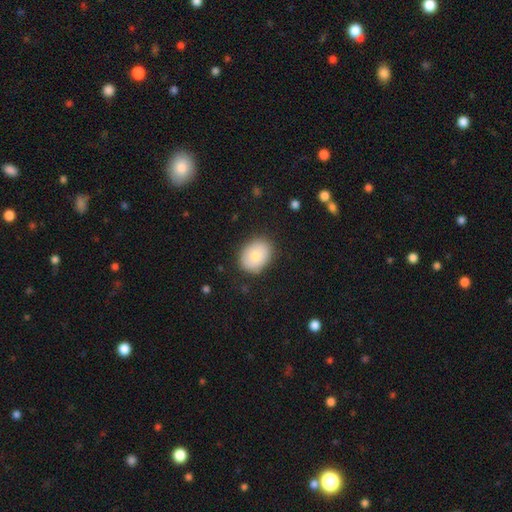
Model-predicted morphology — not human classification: This is likely a smooth galaxy (78%). How rounded: likely in between (64%). Merging: clearly none (83%).